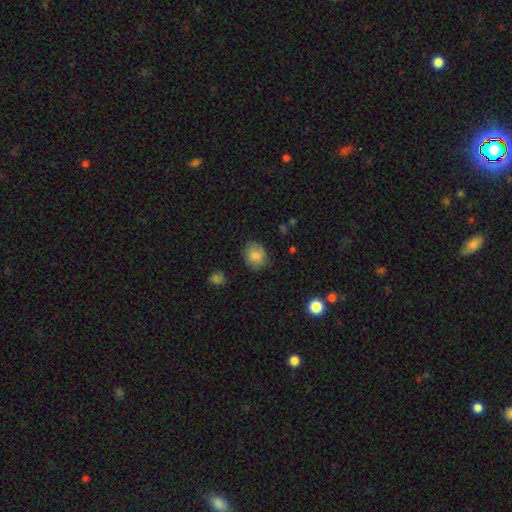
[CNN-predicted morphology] smooth-or-featured: smooth: 83% | featured or disk: 9% | star or artifact: 8%
  how-rounded: round: 51% | in between: 48% | cigar-shaped: 1%
  merging: none: 78% | minor disturbance: 17% | major disturbance: 4% | merger: 1%